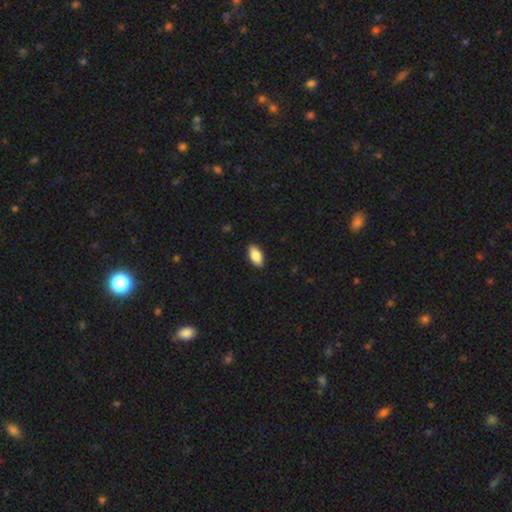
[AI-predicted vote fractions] Smooth or featured: smooth — 85% (featured or disk — 9%)
How rounded: in between — 91% (cigar-shaped — 6%)
Merging: none — 90% (minor disturbance — 8%)